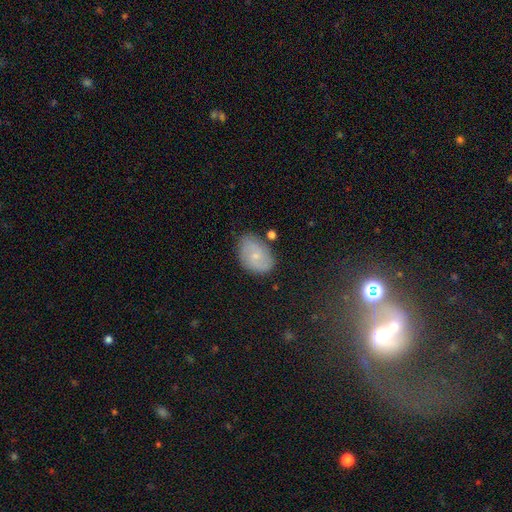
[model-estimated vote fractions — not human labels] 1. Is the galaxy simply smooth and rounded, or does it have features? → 47% featured or disk, 45% smooth, 9% star or artifact.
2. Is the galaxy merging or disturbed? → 74% none, 18% minor disturbance, 4% major disturbance, 3% merger.